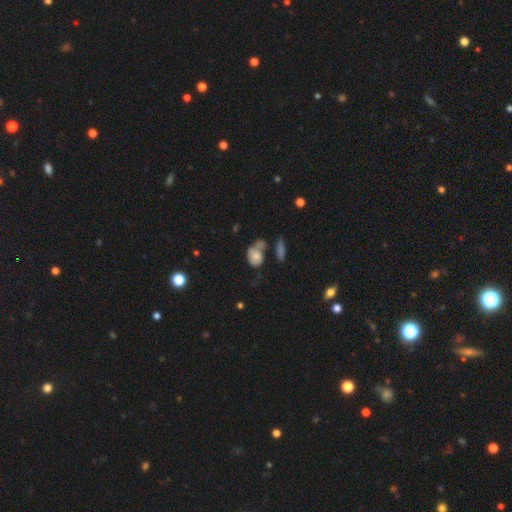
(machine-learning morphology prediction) Smooth or featured?
  - smooth: 69% *
  - featured or disk: 20%
  - star or artifact: 10%
How rounded?
  - in between: 64% *
  - round: 33%
  - cigar-shaped: 2%
Merging?
  - none: 39% *
  - merger: 28%
  - minor disturbance: 22%
  - major disturbance: 12%